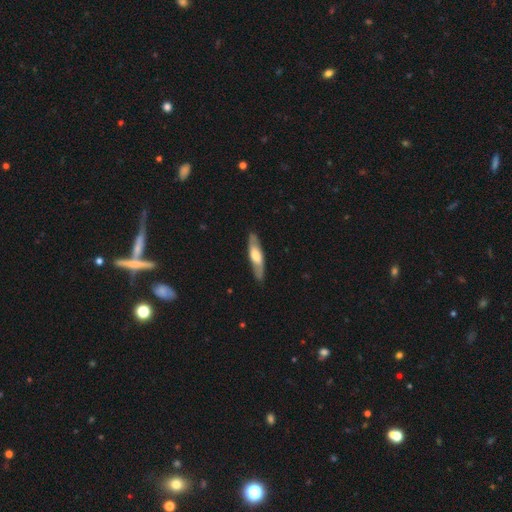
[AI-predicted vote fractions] A featured or disk galaxy (51%) viewed edge-on (60%). Merging: none (85%).